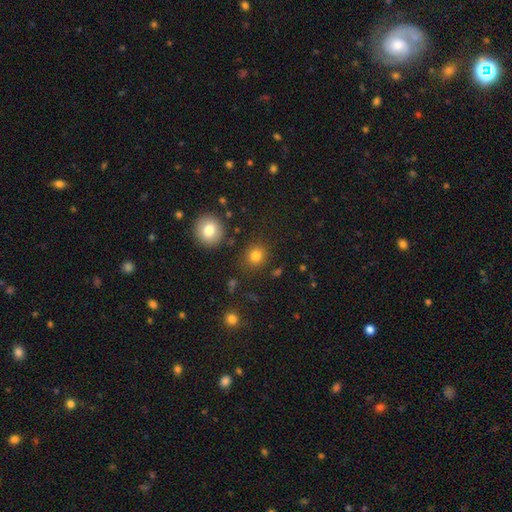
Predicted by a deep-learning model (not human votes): A smooth galaxy with no disk features (81%) that is round (83%). Merging: none (85%).